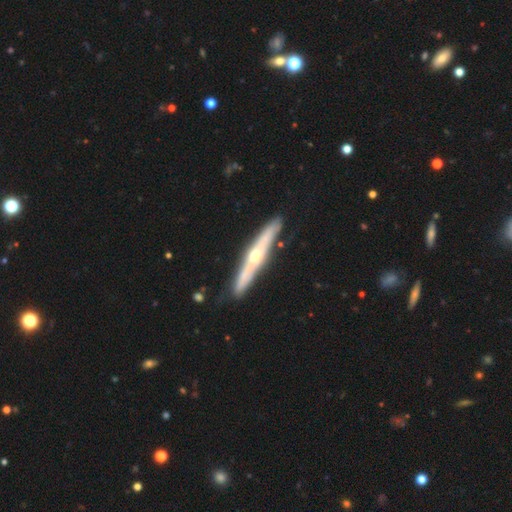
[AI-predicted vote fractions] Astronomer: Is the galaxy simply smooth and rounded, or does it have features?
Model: featured or disk — 69%.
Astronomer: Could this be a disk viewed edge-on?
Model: yes — 90%.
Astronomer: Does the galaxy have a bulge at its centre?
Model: rounded — 86%.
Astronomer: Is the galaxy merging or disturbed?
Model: none — 87%.